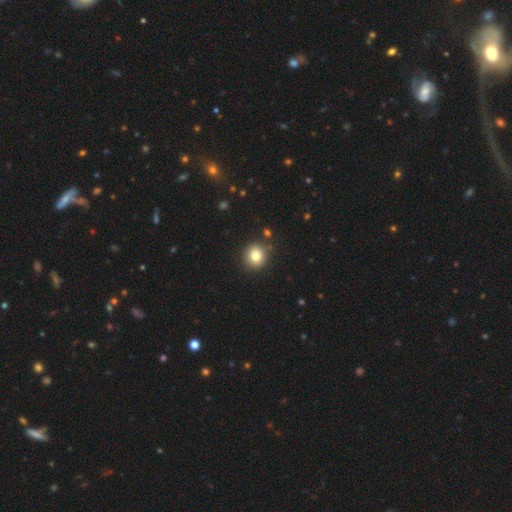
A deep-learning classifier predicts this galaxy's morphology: Smooth or featured? smooth (79%)
How rounded? round (87%)
Merging? none (86%)